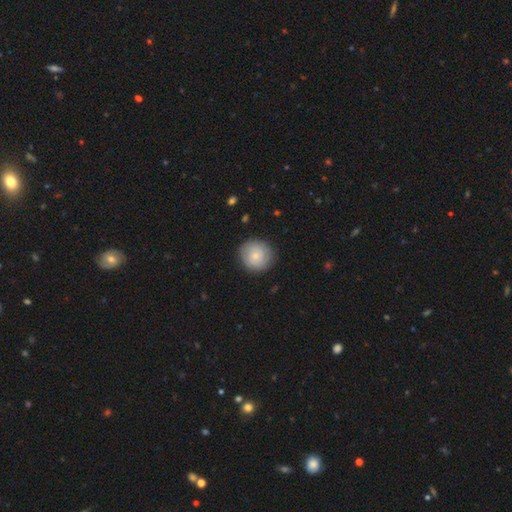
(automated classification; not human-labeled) smooth_or_featured: smooth (p=0.65) [alt: featured or disk p=0.28]
how_rounded: round (p=0.92) [alt: in between p=0.07]
merging: none (p=0.85) [alt: minor disturbance p=0.11]